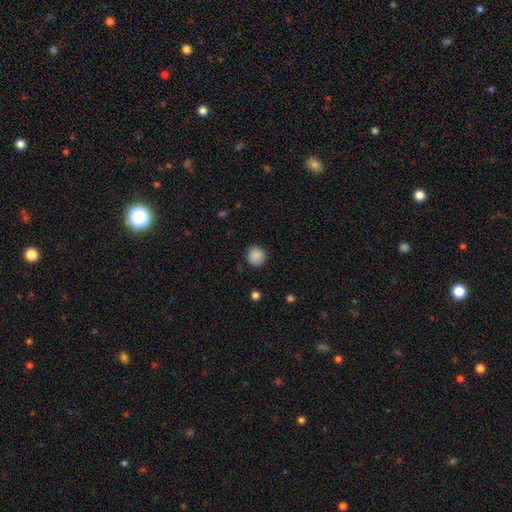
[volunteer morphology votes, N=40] Smooth or featured? smooth (88%)
How rounded? round (97%)
Merging? none (91%)